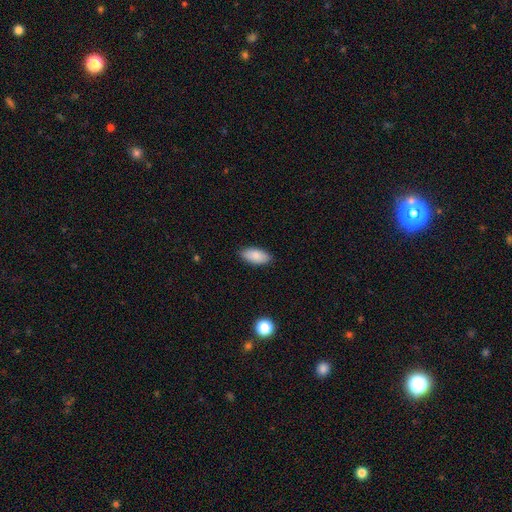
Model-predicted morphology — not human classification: This appears to be a smooth galaxy with no disk features (87%) that is in between round and cigar-shaped (90%). Merging: none (87%).